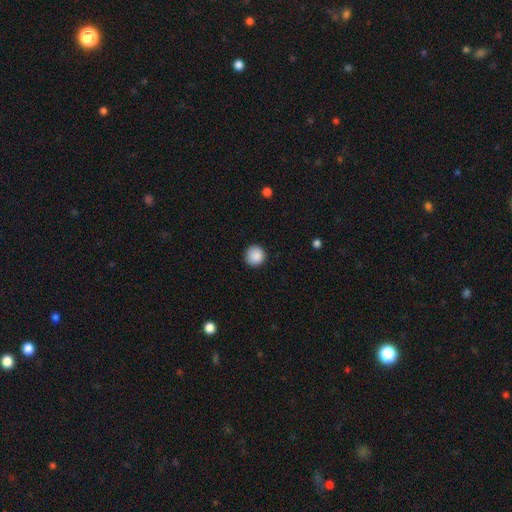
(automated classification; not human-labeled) Smooth or featured? smooth (88%)
How rounded? round (94%)
Merging? none (90%)